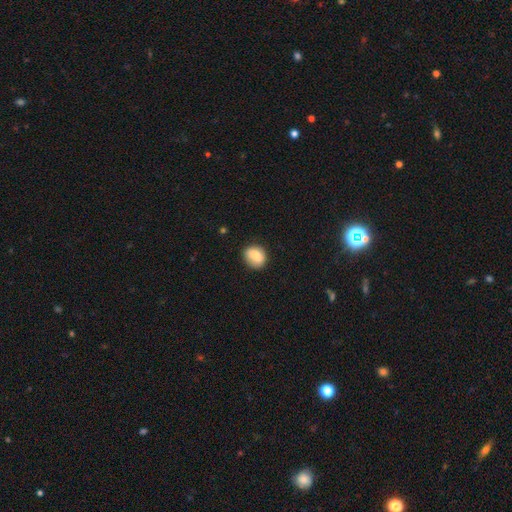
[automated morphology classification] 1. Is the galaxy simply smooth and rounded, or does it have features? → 80% smooth, 12% featured or disk, 8% star or artifact.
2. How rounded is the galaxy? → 63% round, 36% in between, 1% cigar-shaped.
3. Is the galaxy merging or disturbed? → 75% none, 19% minor disturbance, 4% major disturbance, 2% merger.